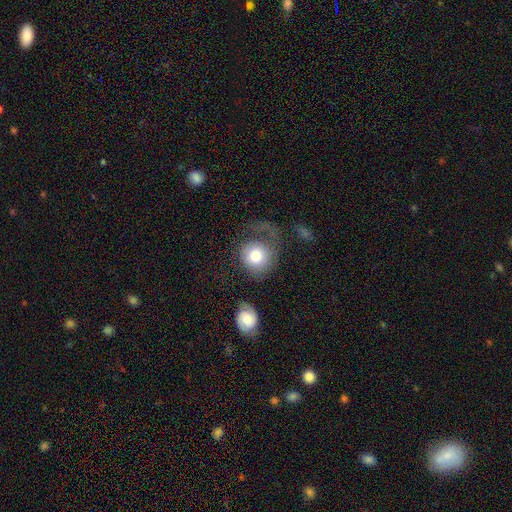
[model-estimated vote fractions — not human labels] smooth 72%, featured or disk 20%, star or artifact 8%. Down the decision tree: how rounded — round (85%); merging — major disturbance (42%).